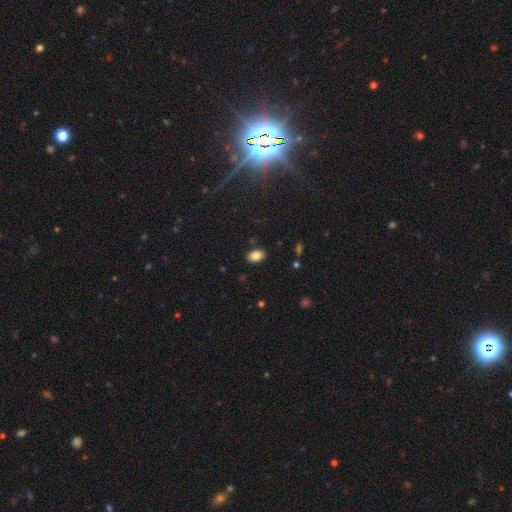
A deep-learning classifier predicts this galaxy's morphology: This is clearly a smooth galaxy (84%). How rounded: clearly in between (89%). Merging: clearly none (87%).